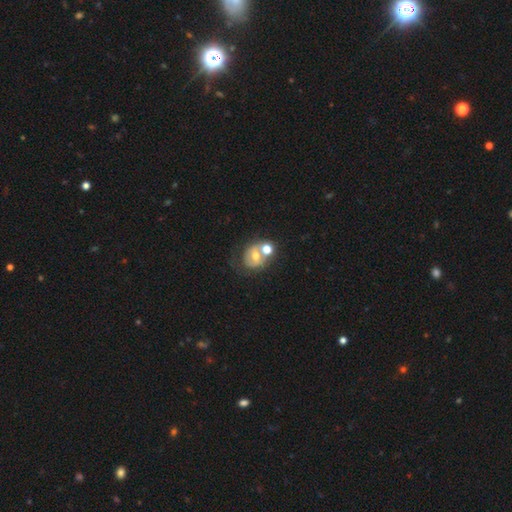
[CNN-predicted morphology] Smooth or featured? Predicted: featured or disk (p=0.44, tied with smooth). Merging? Predicted: merger (p=0.39).